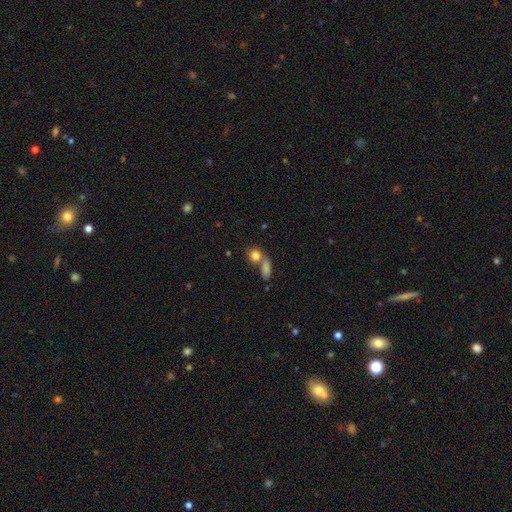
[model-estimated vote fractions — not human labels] Smooth or featured? smooth (83%)
How rounded? round (61%)
Merging? none (44%)